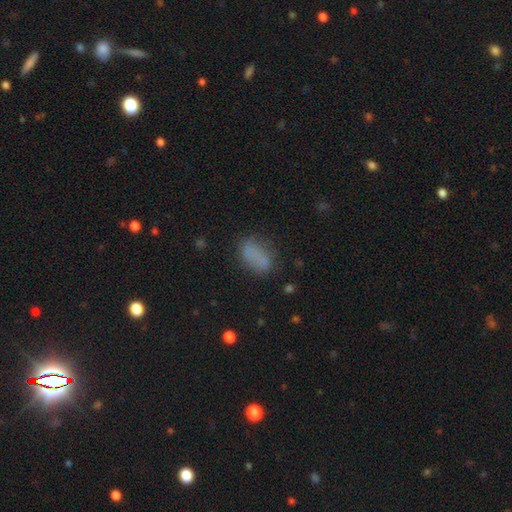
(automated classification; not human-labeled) Smooth or featured?
  - smooth: 76% *
  - featured or disk: 12%
  - star or artifact: 12%
How rounded?
  - in between: 87% *
  - round: 8%
  - cigar-shaped: 5%
Merging?
  - none: 67% *
  - minor disturbance: 20%
  - major disturbance: 9%
  - merger: 4%